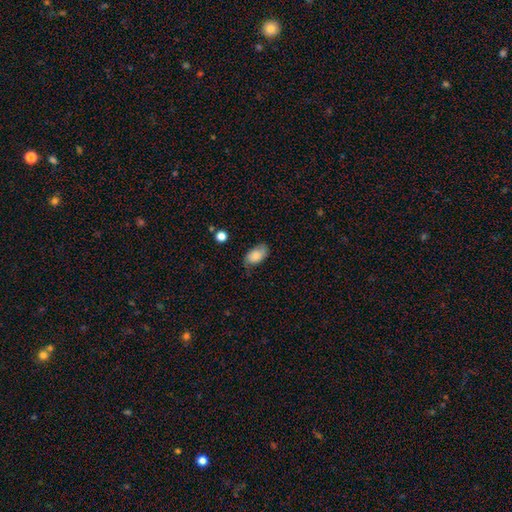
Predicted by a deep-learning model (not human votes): smooth_or_featured: smooth (p=0.79) [alt: featured or disk p=0.14]
how_rounded: in between (p=0.93) [alt: round p=0.05]
merging: none (p=0.67) [alt: minor disturbance p=0.26]